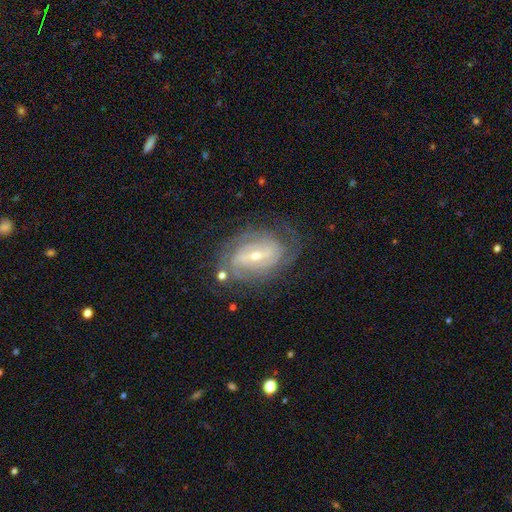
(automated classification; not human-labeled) A featured or disk galaxy (86%) with a strong bar (44%), 2 (38%) tight (63%) spiral arms (95%) and a small central bulge (58%). Merging: none (71%).